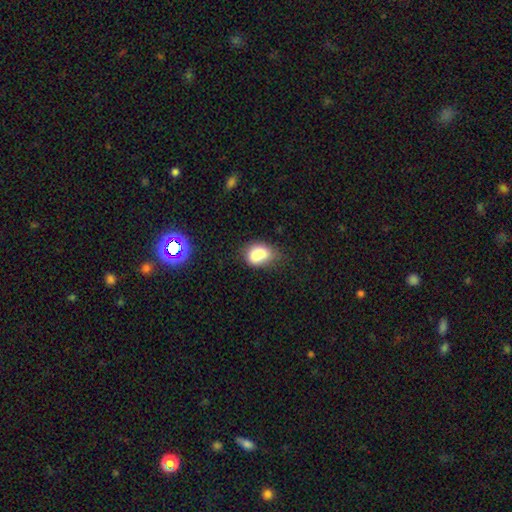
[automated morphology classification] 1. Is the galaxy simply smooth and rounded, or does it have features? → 75% smooth, 14% featured or disk, 11% star or artifact.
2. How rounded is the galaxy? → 70% in between, 28% round, 2% cigar-shaped.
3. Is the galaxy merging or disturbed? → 38% none, 28% merger, 24% minor disturbance, 10% major disturbance.